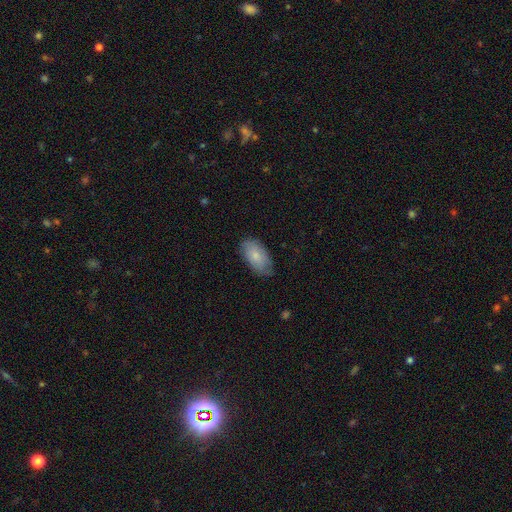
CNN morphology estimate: A smooth galaxy with no disk features (77%) that is in between round and cigar-shaped (94%). Merging: none (75%).